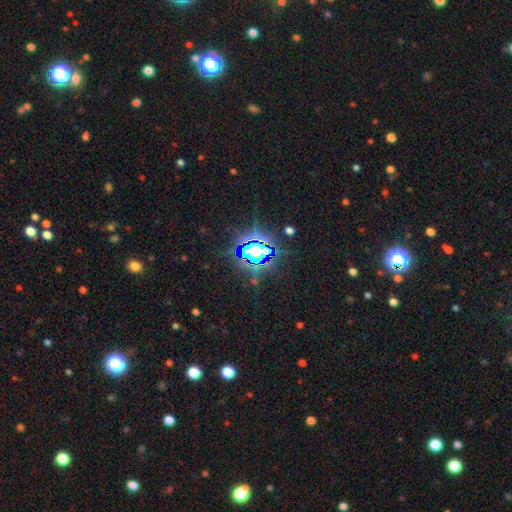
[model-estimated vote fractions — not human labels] Smooth or featured: star or artifact — 80% (smooth — 11%)